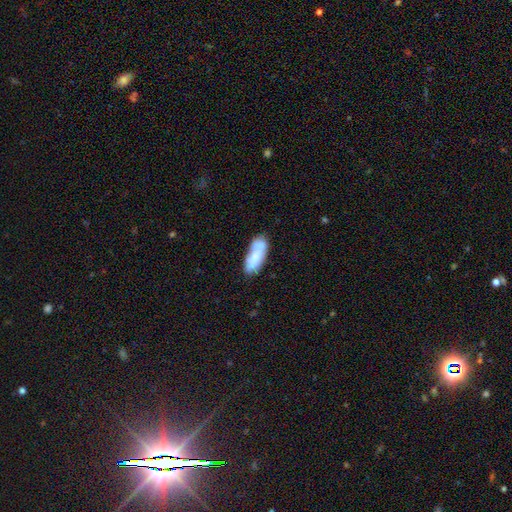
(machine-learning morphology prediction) Smooth or featured? Predicted: smooth (p=0.68). How rounded? Predicted: in between (p=0.76). Merging? Predicted: none (p=0.55).